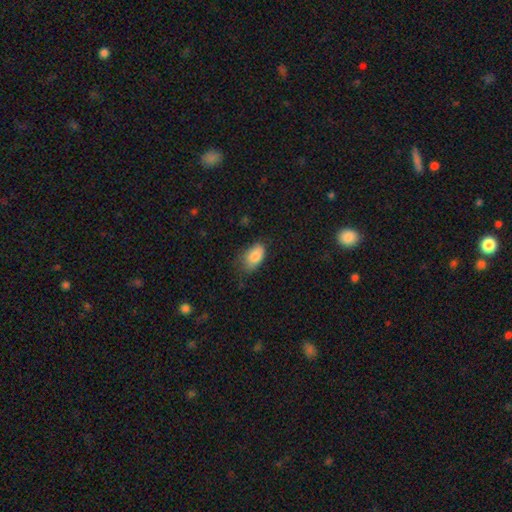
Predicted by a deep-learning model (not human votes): Morphology: type=smooth (84%); roundness=in between (92%); merging=none (60%).